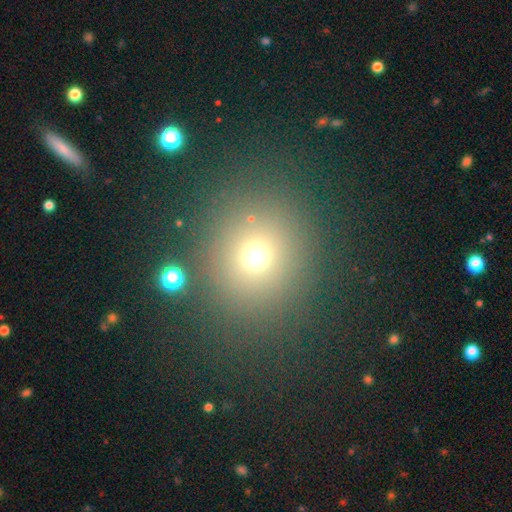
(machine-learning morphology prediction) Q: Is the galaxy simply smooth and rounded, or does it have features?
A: smooth — 68%.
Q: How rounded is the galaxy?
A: round — 88%.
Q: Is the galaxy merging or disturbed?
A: none — 85%.